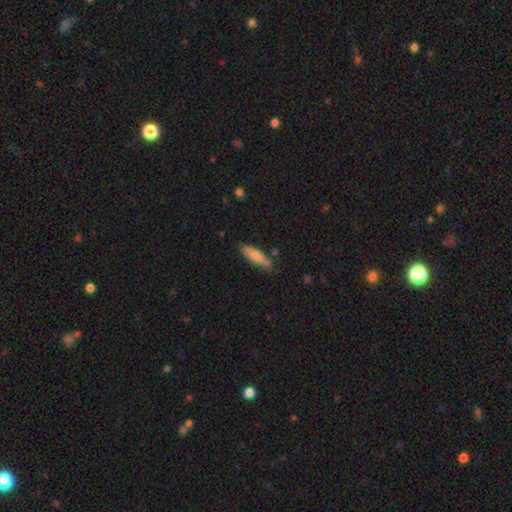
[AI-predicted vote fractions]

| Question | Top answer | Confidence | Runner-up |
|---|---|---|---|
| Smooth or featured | smooth | 72% | featured or disk (22%) |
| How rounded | cigar-shaped | 68% | in between (31%) |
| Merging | none | 79% | minor disturbance (15%) |